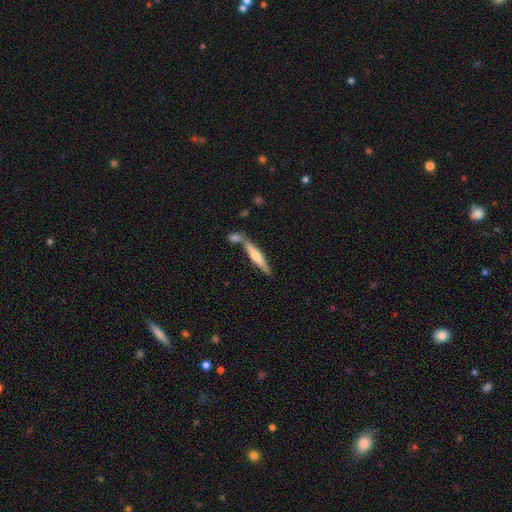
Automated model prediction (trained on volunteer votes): This appears to be a smooth galaxy with no disk features (49%). Merging: none (63%).